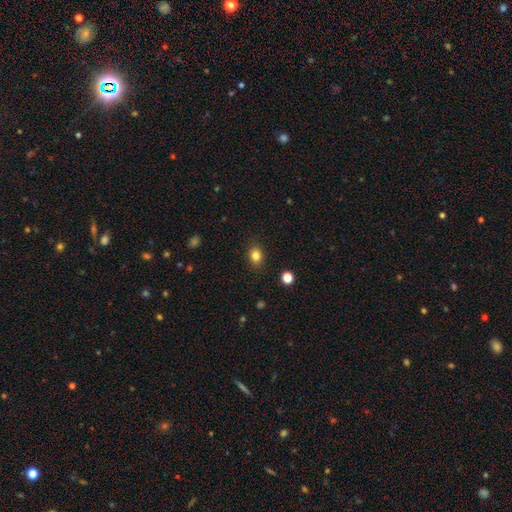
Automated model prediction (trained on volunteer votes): This is clearly a smooth galaxy (83%). How rounded: possibly in between (50%). Merging: clearly none (87%).